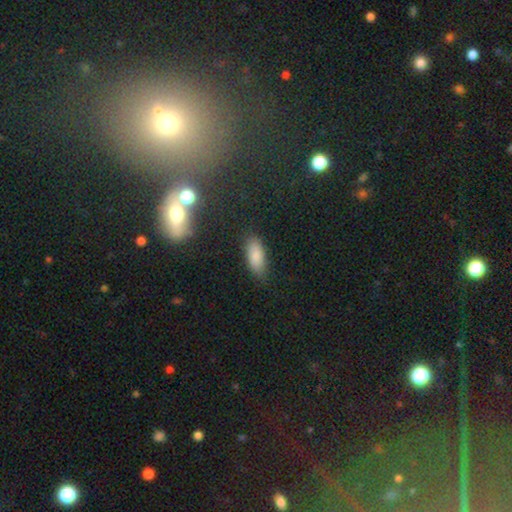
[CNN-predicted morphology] The model was most divided on "merging": none: 80%, minor disturbance: 15%, major disturbance: 3%, merger: 2%. More confident: smooth or featured — smooth (84%); how rounded — in between (84%).